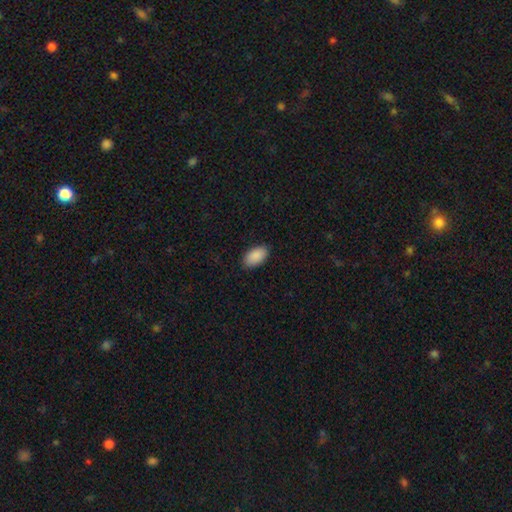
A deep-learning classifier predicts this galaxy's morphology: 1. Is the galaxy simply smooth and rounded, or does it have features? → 90% smooth, 6% star or artifact, 3% featured or disk.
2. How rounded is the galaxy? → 95% in between, 3% round, 2% cigar-shaped.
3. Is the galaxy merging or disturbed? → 89% none, 8% minor disturbance, 2% major disturbance, 1% merger.